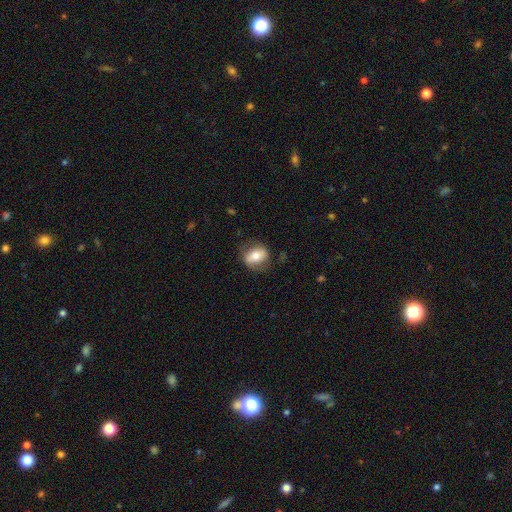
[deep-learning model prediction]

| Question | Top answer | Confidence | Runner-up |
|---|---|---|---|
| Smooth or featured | smooth | 60% | featured or disk (32%) |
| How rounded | in between | 71% | round (26%) |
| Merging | none | 73% | minor disturbance (18%) |